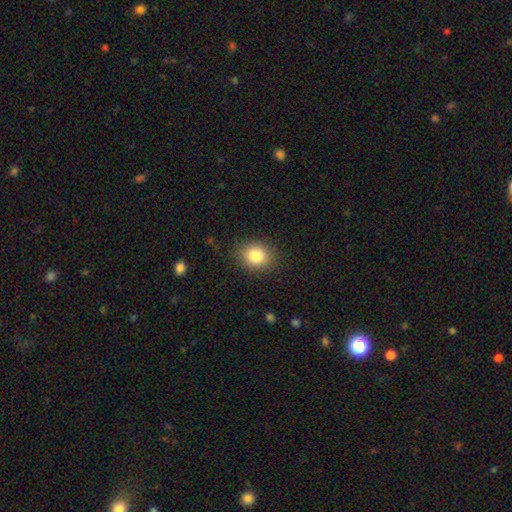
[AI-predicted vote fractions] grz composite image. It shows a smooth galaxy with no disk features (83%) that is round (62%). Merging: none (87%).